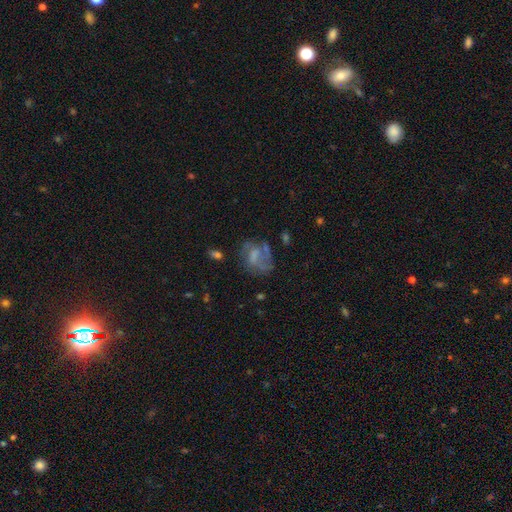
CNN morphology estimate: Smooth or featured? featured or disk (56%)
Edge-on disk? no (97%)
Bar? no (49%)
Spiral arms? yes (59%)
Bulge size? none (50%)
Merging? none (43%)